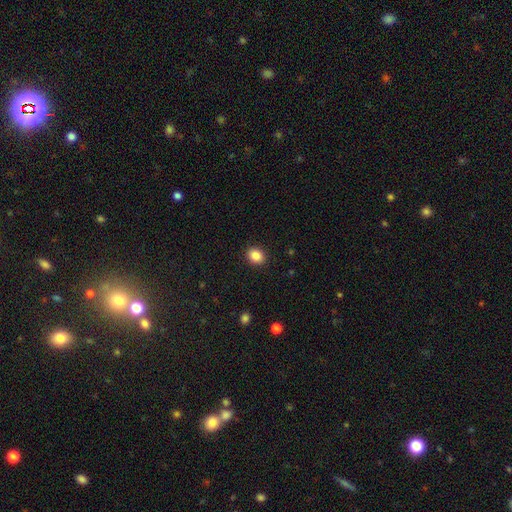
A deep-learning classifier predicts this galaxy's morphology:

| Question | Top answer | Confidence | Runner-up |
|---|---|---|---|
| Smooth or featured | smooth | 87% | star or artifact (10%) |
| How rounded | round | 54% | in between (46%) |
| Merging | none | 91% | minor disturbance (6%) |